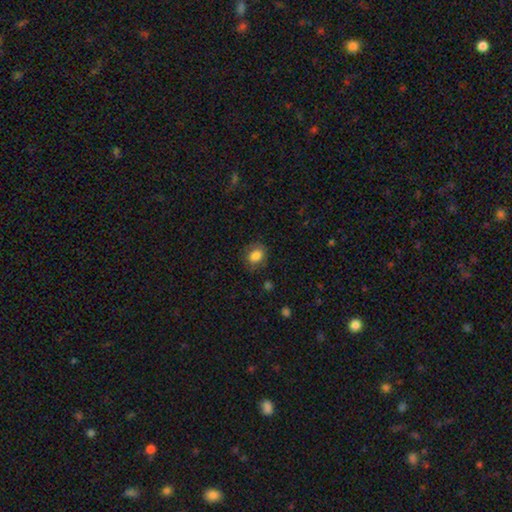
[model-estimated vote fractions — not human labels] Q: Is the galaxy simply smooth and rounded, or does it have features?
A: smooth — 82%.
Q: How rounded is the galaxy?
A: in between — 56%.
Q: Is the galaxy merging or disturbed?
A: none — 78%.